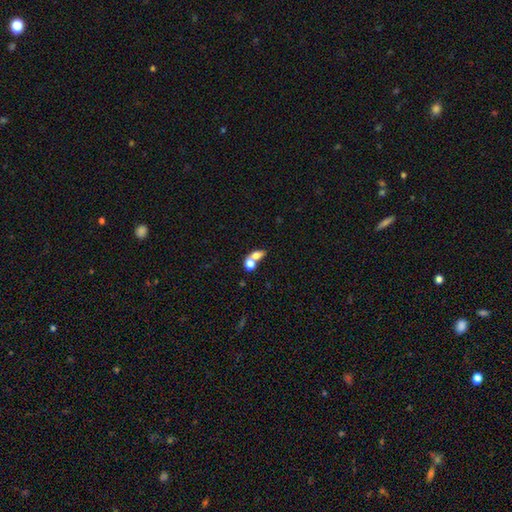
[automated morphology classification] Smooth or featured?
  - smooth: 72% *
  - featured or disk: 17%
  - star or artifact: 10%
How rounded?
  - in between: 66% *
  - round: 30%
  - cigar-shaped: 4%
Merging?
  - merger: 63% *
  - none: 26%
  - minor disturbance: 7%
  - major disturbance: 5%